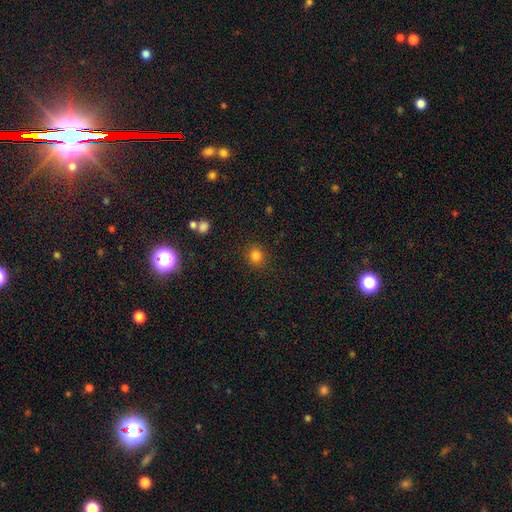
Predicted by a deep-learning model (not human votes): smooth_or_featured: smooth (p=0.82) [alt: star or artifact p=0.13]
how_rounded: round (p=0.77) [alt: in between p=0.22]
merging: none (p=0.88) [alt: minor disturbance p=0.08]